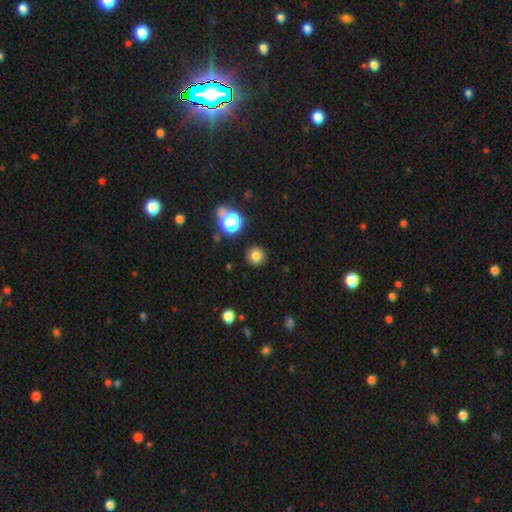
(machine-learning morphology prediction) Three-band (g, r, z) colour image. It shows a smooth galaxy with no disk features (80%) that is round (94%). Merging: none (90%).